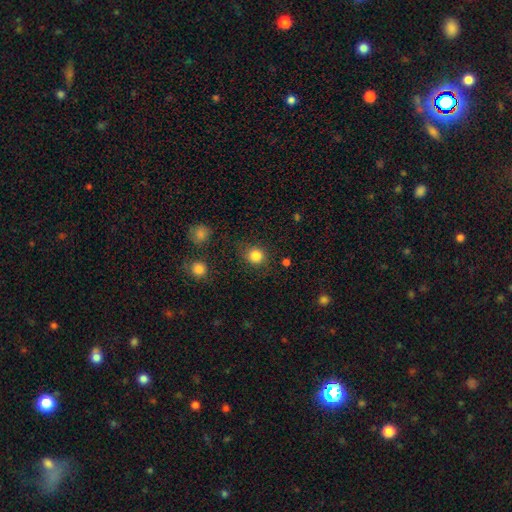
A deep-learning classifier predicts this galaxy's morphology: Smooth or featured?
  - smooth: 84% *
  - star or artifact: 11%
  - featured or disk: 5%
How rounded?
  - round: 86% *
  - in between: 13%
  - cigar-shaped: 1%
Merging?
  - none: 81% *
  - minor disturbance: 13%
  - major disturbance: 5%
  - merger: 2%